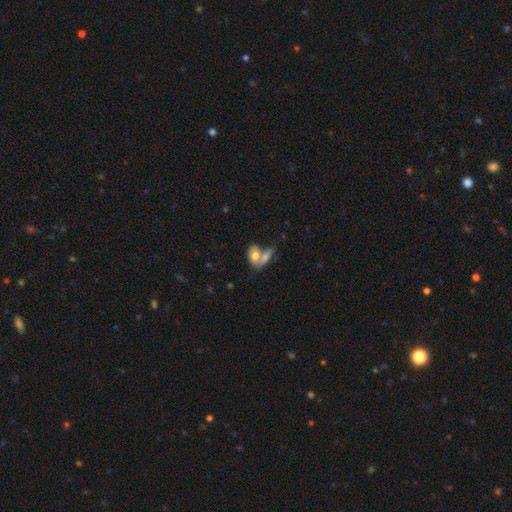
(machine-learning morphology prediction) Smooth or featured? Predicted: smooth (p=0.71). How rounded? Predicted: in between (p=0.85). Merging? Predicted: merger (p=0.60).